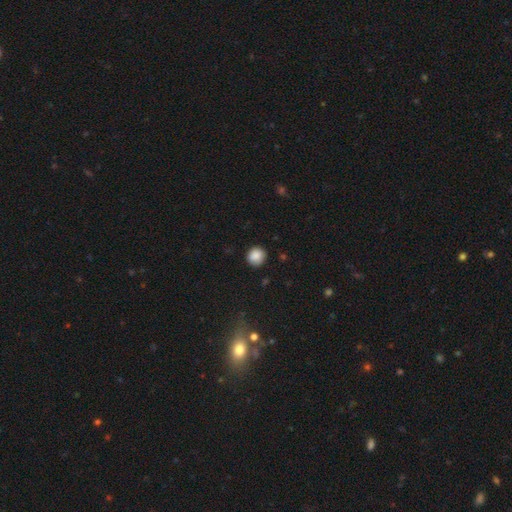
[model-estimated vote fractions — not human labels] A smooth galaxy with no disk features (87%) that is round (89%).

Vote fractions:
- Smooth or featured? smooth: 87% / star or artifact: 9% / featured or disk: 4%
- How rounded? round: 89% / in between: 10% / cigar-shaped: 1%
- Merging? none: 86% / minor disturbance: 11% / major disturbance: 2% / merger: 1%